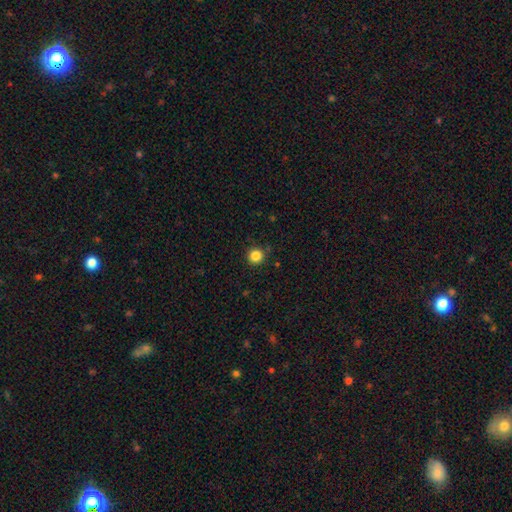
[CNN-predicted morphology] Overall: smooth (85%). How rounded: round (95%). Merging: none (90%).